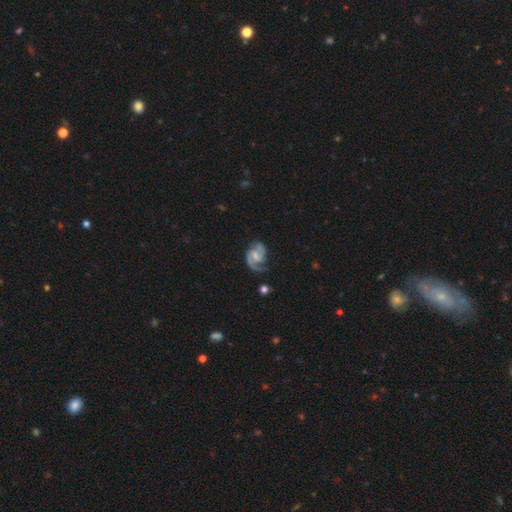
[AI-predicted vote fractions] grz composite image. It shows a featured or disk galaxy (88%) with a weak bar (52%), 2 (82%) medium (54%) spiral arms (97%) and a small central bulge (45%). Merging: none (63%).